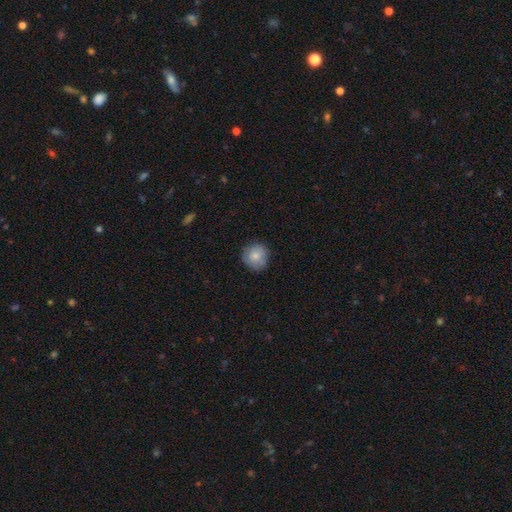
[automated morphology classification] This appears to be a smooth galaxy with no disk features (81%) that is round (92%). Merging: none (83%).